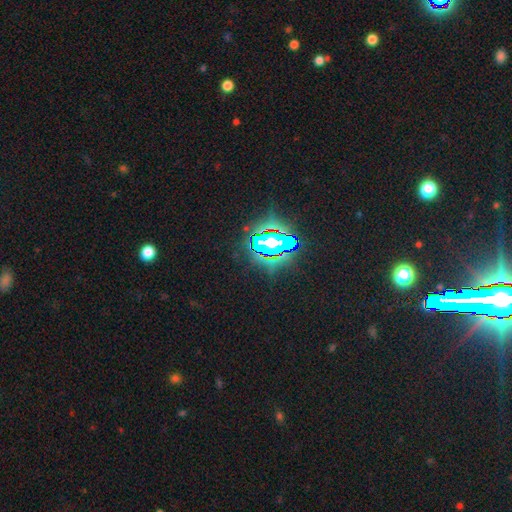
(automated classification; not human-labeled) A star or artifact, not a galaxy (81%).

Vote fractions:
- Smooth or featured? star or artifact: 81% / smooth: 11% / featured or disk: 8%